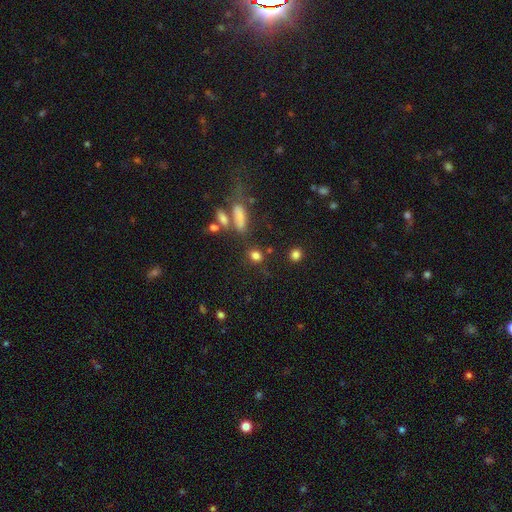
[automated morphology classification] Smooth or featured? Predicted: smooth (p=0.80). How rounded? Predicted: round (p=0.60). Merging? Predicted: none (p=0.72).